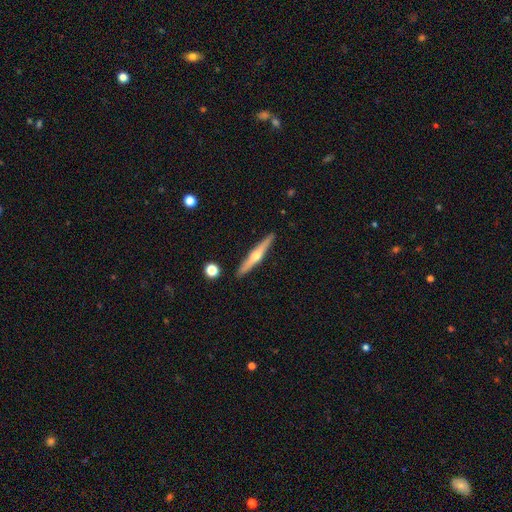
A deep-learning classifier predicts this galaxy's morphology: This appears to be a featured or disk galaxy (69%) viewed edge-on (97%) with a rounded central bulge (92%). Merging: none (90%).